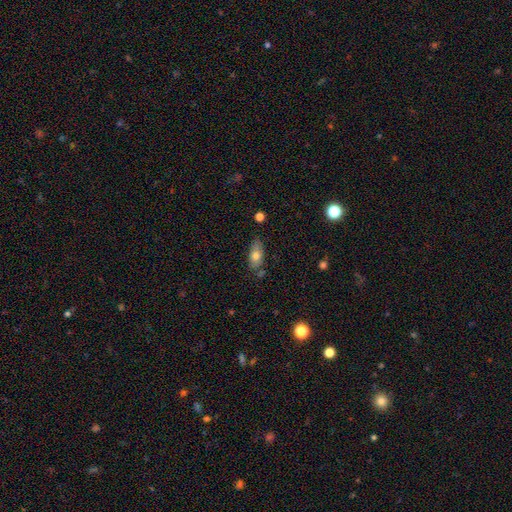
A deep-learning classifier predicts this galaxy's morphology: The model was most divided on "merging": none: 70%, minor disturbance: 21%, merger: 5%, major disturbance: 4%. More confident: how rounded — in between (84%); smooth or featured — smooth (73%).